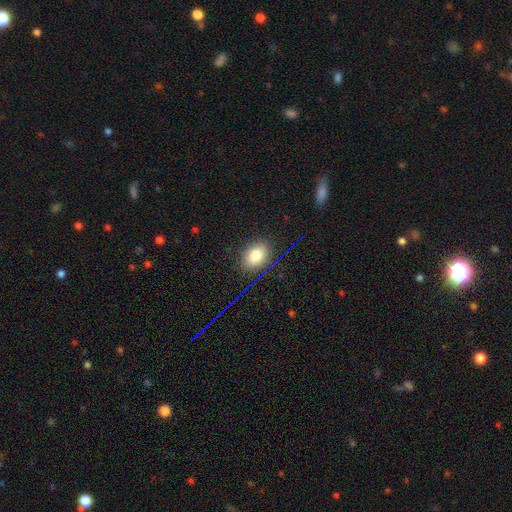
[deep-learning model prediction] A smooth galaxy with no disk features (77%) that is in between round and cigar-shaped (62%). Merging: none (84%).